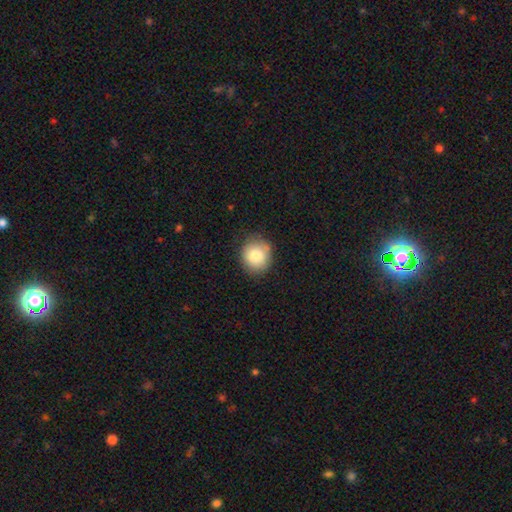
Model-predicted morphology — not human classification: smooth_or_featured: smooth (p=0.80) [alt: featured or disk p=0.11]
how_rounded: round (p=0.87) [alt: in between p=0.12]
merging: none (p=0.81) [alt: minor disturbance p=0.14]